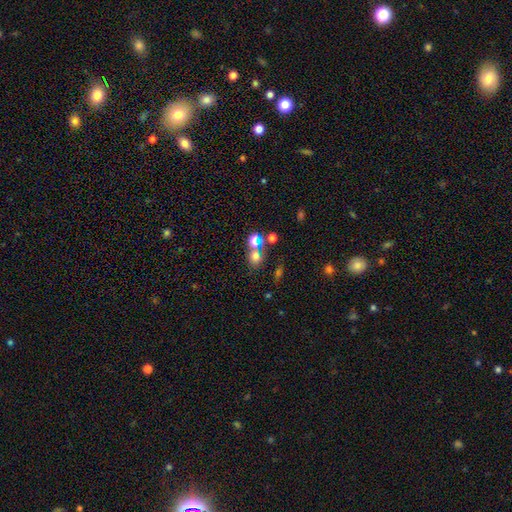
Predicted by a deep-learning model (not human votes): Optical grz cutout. It shows a smooth galaxy with no disk features (63%) that is round (63%). Merging: none (51%).